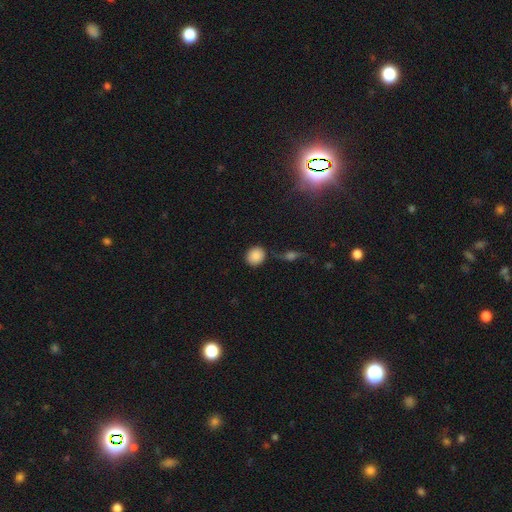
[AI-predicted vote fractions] A smooth galaxy with no disk features (86%) that is round (83%).

Vote fractions:
- Smooth or featured? smooth: 86% / star or artifact: 9% / featured or disk: 6%
- How rounded? round: 83% / in between: 15% / cigar-shaped: 1%
- Merging? none: 79% / minor disturbance: 11% / merger: 6% / major disturbance: 4%